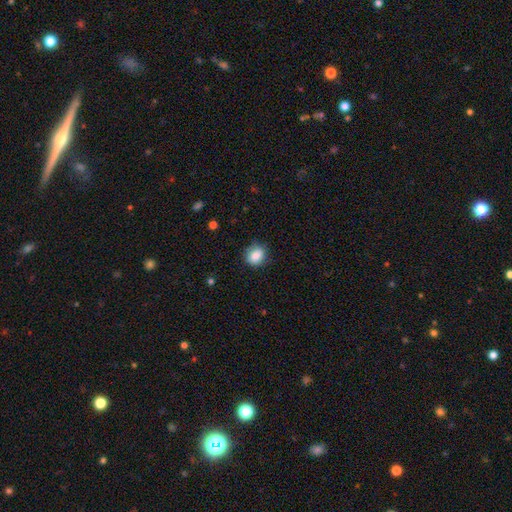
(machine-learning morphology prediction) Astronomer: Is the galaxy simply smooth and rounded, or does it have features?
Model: smooth — 85%.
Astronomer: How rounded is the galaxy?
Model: round — 64%.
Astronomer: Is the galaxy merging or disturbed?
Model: none — 78%.